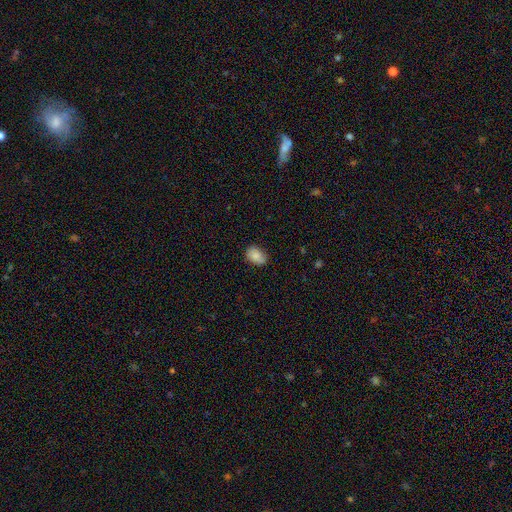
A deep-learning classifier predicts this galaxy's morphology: A smooth galaxy with no disk features (84%) that is in between round and cigar-shaped (80%).

Vote fractions:
- Smooth or featured? smooth: 84% / featured or disk: 8% / star or artifact: 7%
- How rounded? in between: 80% / round: 19% / cigar-shaped: 1%
- Merging? none: 80% / minor disturbance: 16% / major disturbance: 3% / merger: 1%